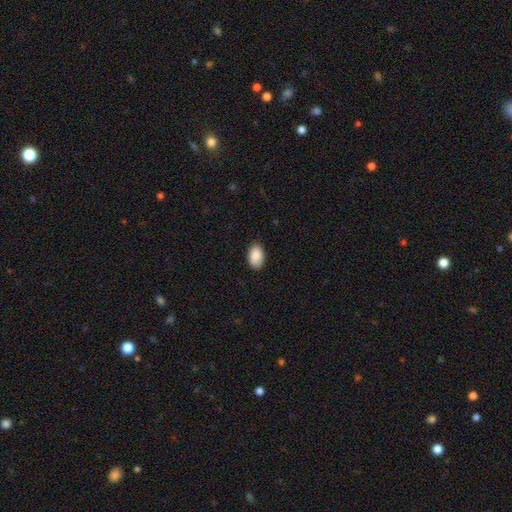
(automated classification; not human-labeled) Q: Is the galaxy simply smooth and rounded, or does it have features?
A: smooth — 90%.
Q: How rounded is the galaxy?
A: in between — 93%.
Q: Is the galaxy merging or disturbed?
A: none — 86%.